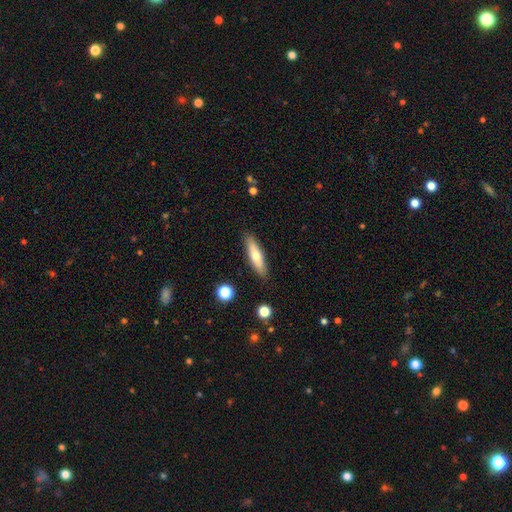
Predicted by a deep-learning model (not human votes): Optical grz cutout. It shows a smooth galaxy with no disk features (59%) that is cigar-shaped (70%). Merging: none (88%).